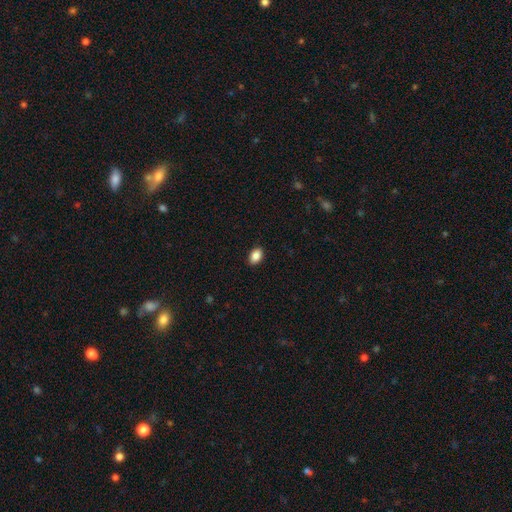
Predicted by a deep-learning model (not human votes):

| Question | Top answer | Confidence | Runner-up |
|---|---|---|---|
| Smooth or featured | smooth | 88% | star or artifact (8%) |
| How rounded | in between | 85% | round (14%) |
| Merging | none | 89% | minor disturbance (8%) |